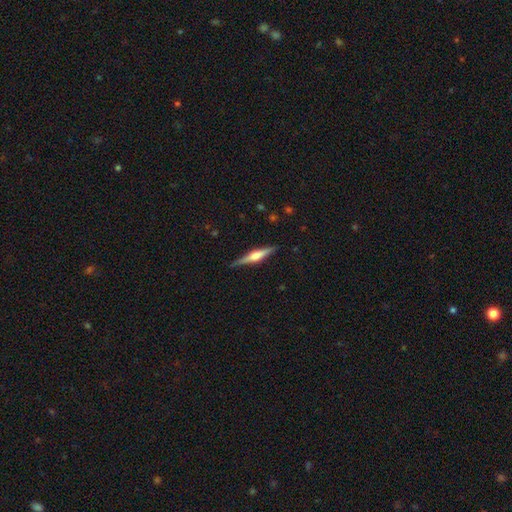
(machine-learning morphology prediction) Smooth or featured: featured or disk — 68% (smooth — 27%)
Edge-on disk: yes — 98% (no — 2%)
Edge-on bulge: rounded — 77% (boxy — 17%)
Merging: none — 88% (minor disturbance — 9%)